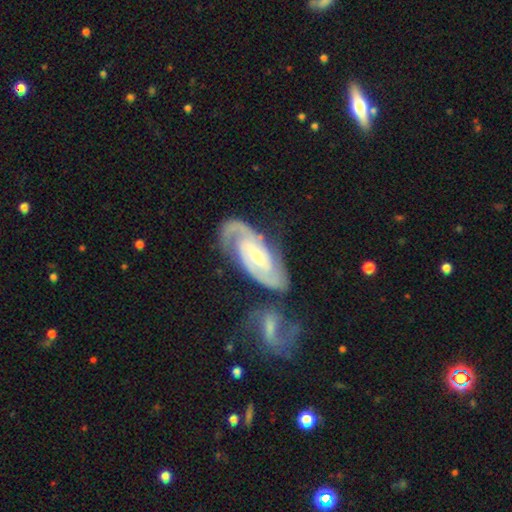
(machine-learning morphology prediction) A featured or disk galaxy (89%) with a weak bar (42%), 2 (86%) tight (56%) spiral arms (98%) and a small central bulge (49%). Merging: none (58%).